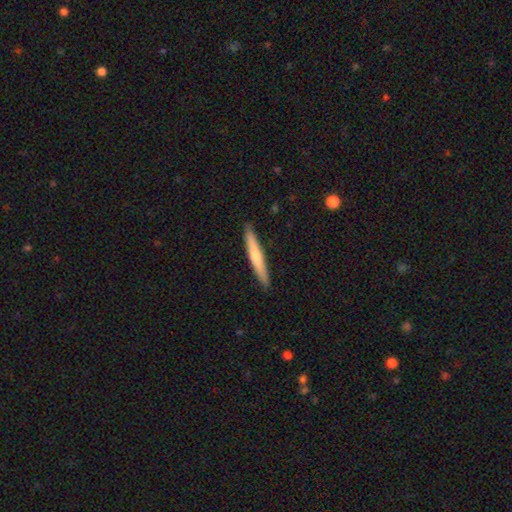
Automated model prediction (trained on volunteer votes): Smooth or featured: smooth — 59% (featured or disk — 36%)
How rounded: cigar-shaped — 95% (in between — 4%)
Merging: none — 91% (minor disturbance — 7%)